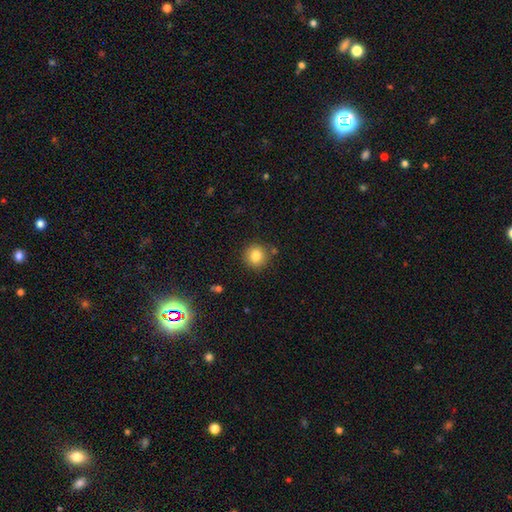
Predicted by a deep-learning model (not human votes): Smooth or featured? smooth (82%)
How rounded? round (93%)
Merging? none (86%)